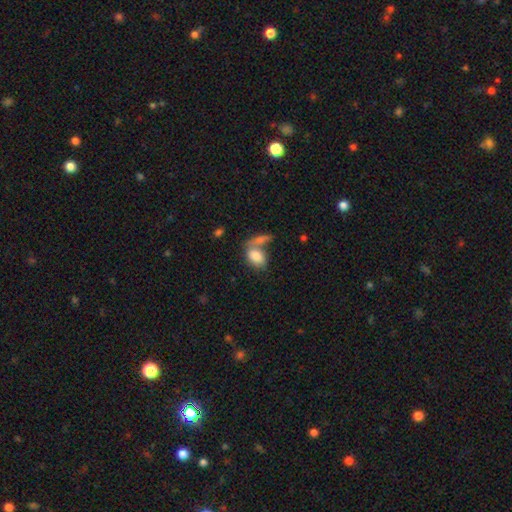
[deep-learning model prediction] Overall: smooth (81%). How rounded: in between (87%). Merging: merger (46%; none 35%).